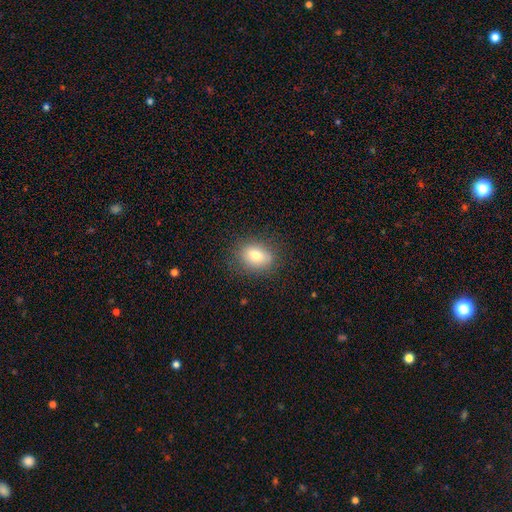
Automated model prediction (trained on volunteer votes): smooth 77%, featured or disk 13%, star or artifact 10%. Down the decision tree: how rounded — in between (63%); merging — none (83%).